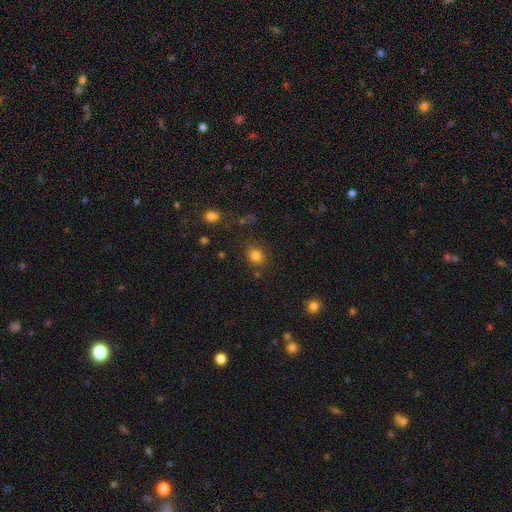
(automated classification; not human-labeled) smooth 81%, star or artifact 13%, featured or disk 5%. Down the decision tree: how rounded — round (66%); merging — none (80%).